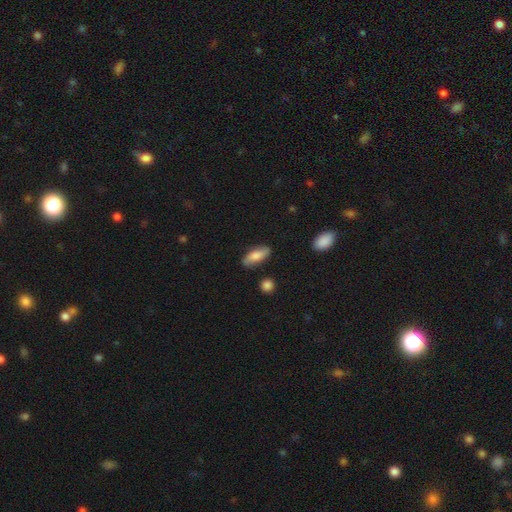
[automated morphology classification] smooth_or_featured: smooth (p=0.70) [alt: featured or disk p=0.23]
how_rounded: in between (p=0.75) [alt: cigar-shaped p=0.22]
merging: none (p=0.80) [alt: minor disturbance p=0.14]